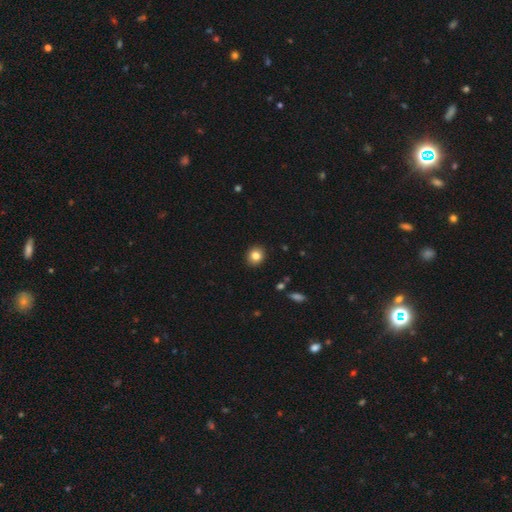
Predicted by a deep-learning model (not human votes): Smooth or featured?
  - smooth: 82% *
  - star or artifact: 10%
  - featured or disk: 7%
How rounded?
  - round: 81% *
  - in between: 18%
  - cigar-shaped: 1%
Merging?
  - none: 91% *
  - minor disturbance: 6%
  - major disturbance: 2%
  - merger: 1%